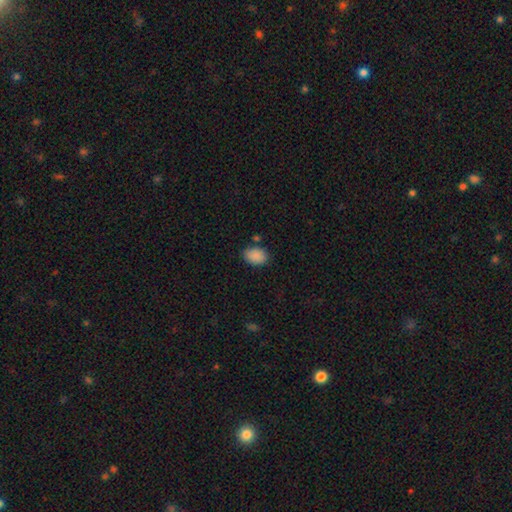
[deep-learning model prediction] A smooth galaxy with no disk features (89%) that is in between round and cigar-shaped (79%). Merging: none (77%).